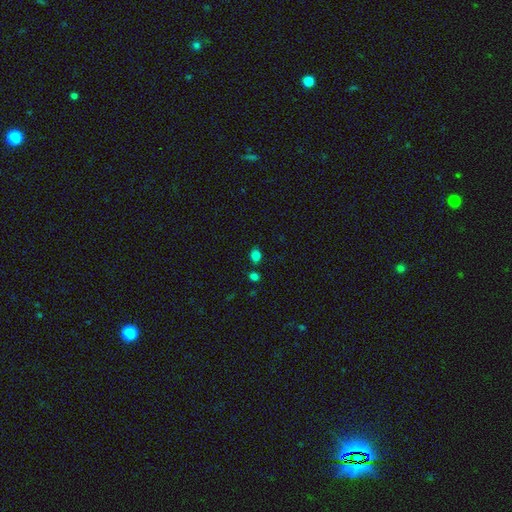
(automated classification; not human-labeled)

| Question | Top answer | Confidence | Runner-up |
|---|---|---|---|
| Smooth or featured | smooth | 80% | star or artifact (16%) |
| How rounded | in between | 53% | round (46%) |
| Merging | none | 74% | minor disturbance (13%) |